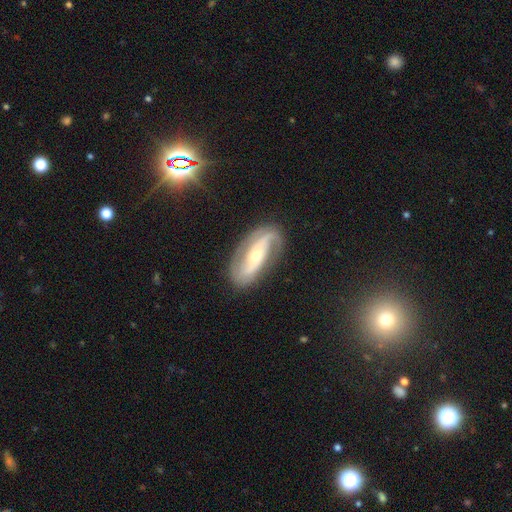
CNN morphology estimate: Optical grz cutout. It shows a featured or disk galaxy (84%) with a strong bar (38%), 2 (86%) medium (41%) spiral arms (93%) and a small central bulge (49%). Merging: none (78%).